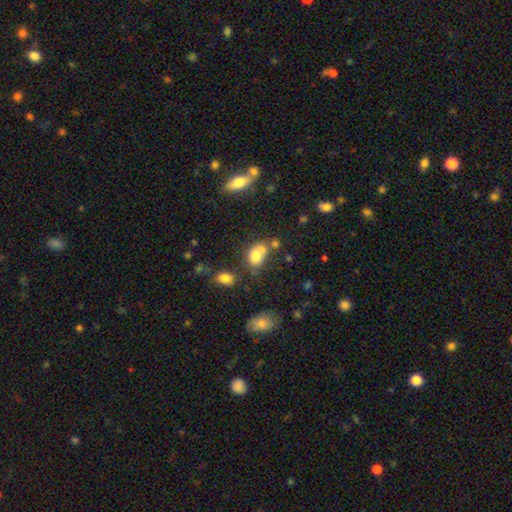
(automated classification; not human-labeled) The model was most divided on "merging": merger: 38%, none: 36%, minor disturbance: 17%, major disturbance: 8%. More confident: smooth or featured — smooth (75%); how rounded — in between (63%).